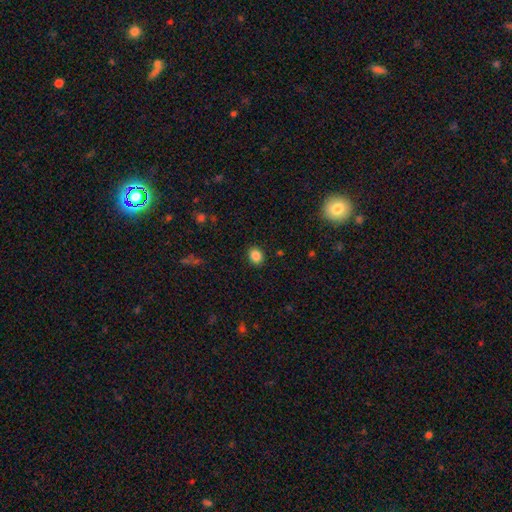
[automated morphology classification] Smooth or featured? Predicted: smooth (p=0.86). How rounded? Predicted: round (p=0.61). Merging? Predicted: none (p=0.90).